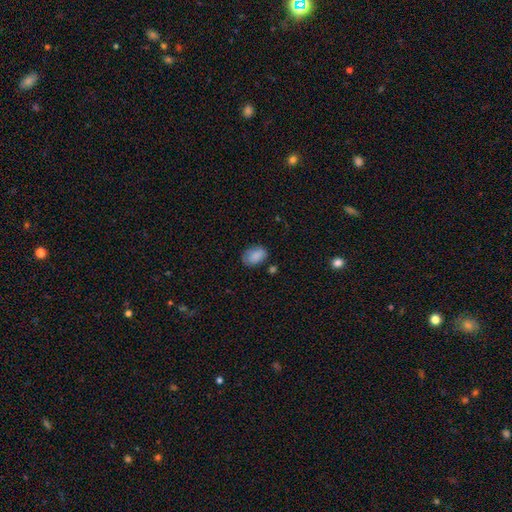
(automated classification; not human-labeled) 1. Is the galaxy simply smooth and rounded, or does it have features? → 86% smooth, 8% star or artifact, 6% featured or disk.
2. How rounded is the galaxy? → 85% in between, 14% round, 1% cigar-shaped.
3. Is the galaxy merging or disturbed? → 70% none, 21% minor disturbance, 5% major disturbance, 4% merger.